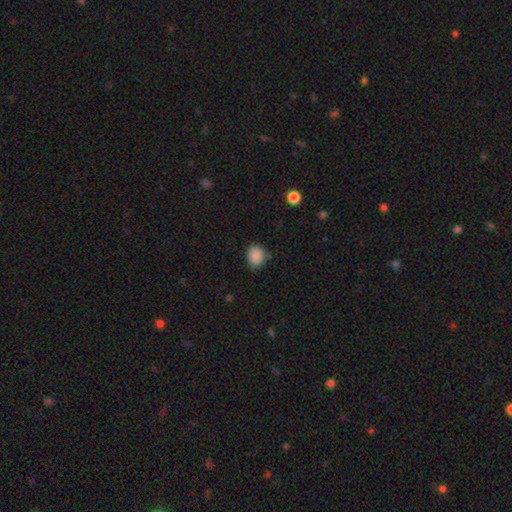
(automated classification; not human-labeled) A smooth galaxy with no disk features (87%) that is round (62%). Merging: none (72%).